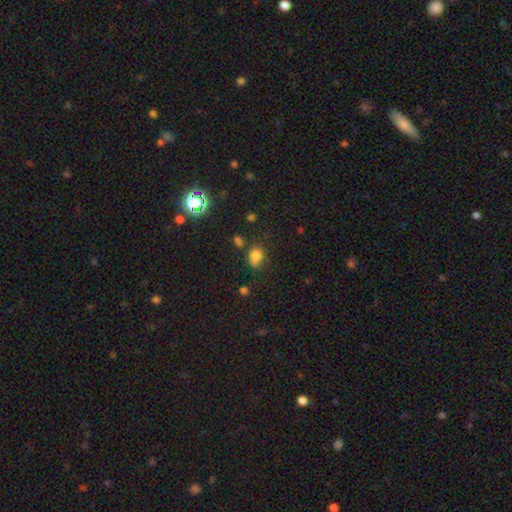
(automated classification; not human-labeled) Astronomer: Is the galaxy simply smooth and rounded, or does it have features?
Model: smooth — 76%.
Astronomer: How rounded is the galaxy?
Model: in between — 64%.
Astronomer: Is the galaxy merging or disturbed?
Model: none — 58%.